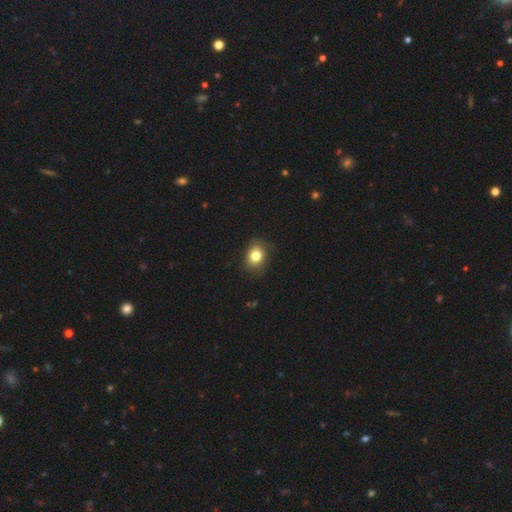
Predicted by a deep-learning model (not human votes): smooth 80%, star or artifact 11%, featured or disk 8%. Down the decision tree: how rounded — round (55%); merging — none (84%).